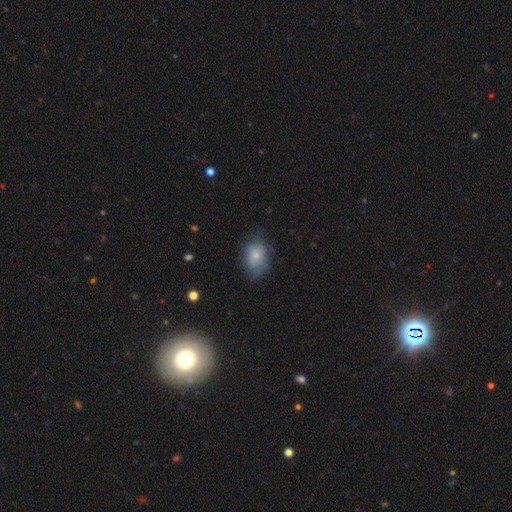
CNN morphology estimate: smooth 74%, featured or disk 18%, star or artifact 8%. Down the decision tree: how rounded — in between (78%); merging — none (63%).